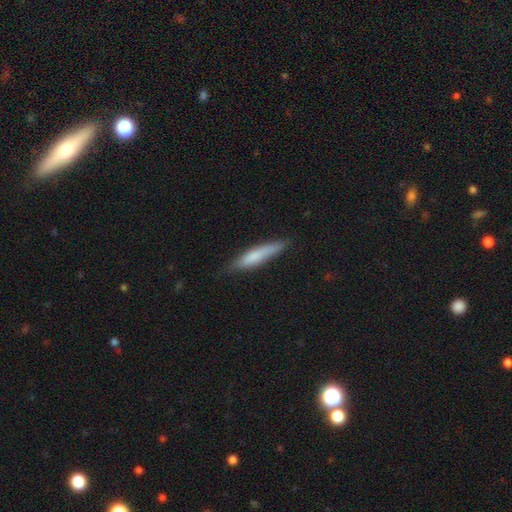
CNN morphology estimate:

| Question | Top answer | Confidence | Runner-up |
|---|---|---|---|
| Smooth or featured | smooth | 72% | featured or disk (22%) |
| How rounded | cigar-shaped | 86% | in between (13%) |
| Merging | none | 79% | minor disturbance (17%) |